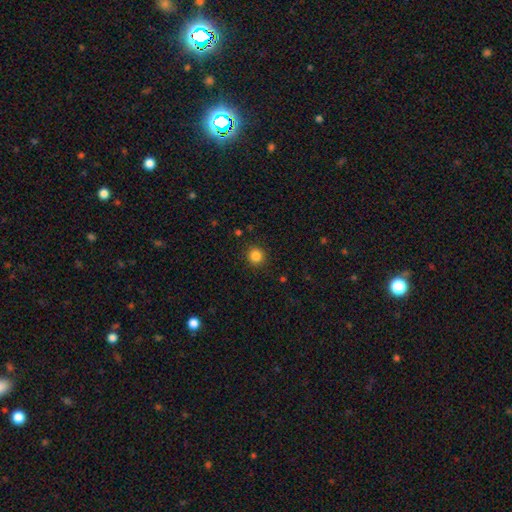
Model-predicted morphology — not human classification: smooth-or-featured: smooth: 85% | star or artifact: 11% | featured or disk: 4%
  how-rounded: round: 92% | in between: 7% | cigar-shaped: 1%
  merging: none: 91% | minor disturbance: 6% | major disturbance: 2% | merger: 1%